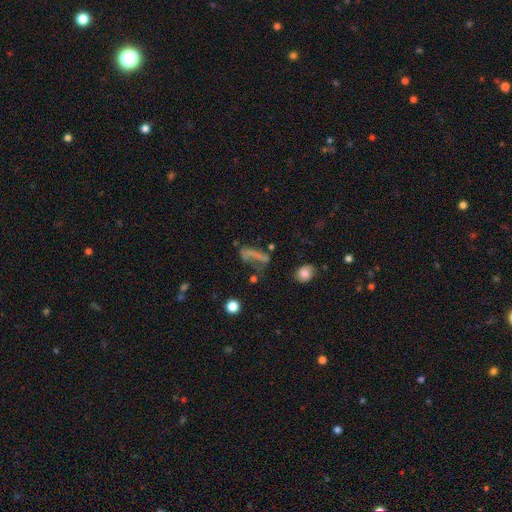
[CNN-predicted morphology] Smooth or featured? Predicted: smooth (p=0.46). Merging? Predicted: none (p=0.41).